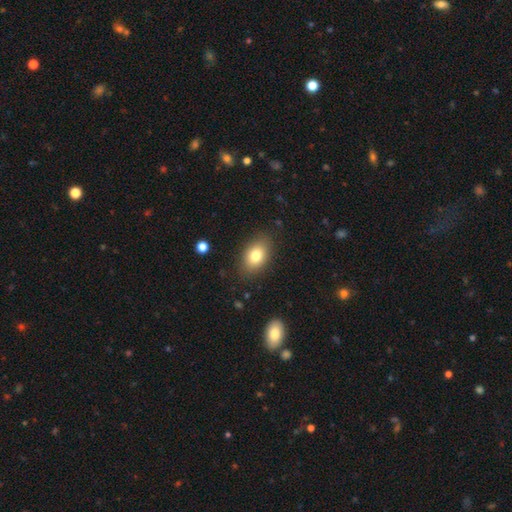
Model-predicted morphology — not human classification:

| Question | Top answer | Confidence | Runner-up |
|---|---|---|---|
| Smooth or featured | smooth | 79% | featured or disk (12%) |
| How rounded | in between | 85% | round (14%) |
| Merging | none | 84% | minor disturbance (11%) |